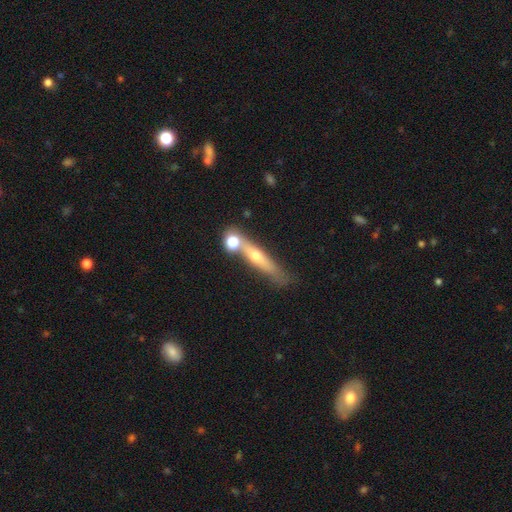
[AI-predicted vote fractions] Morphology: type=featured or disk (51%); edge-on=yes (83%); merging=none (57%).